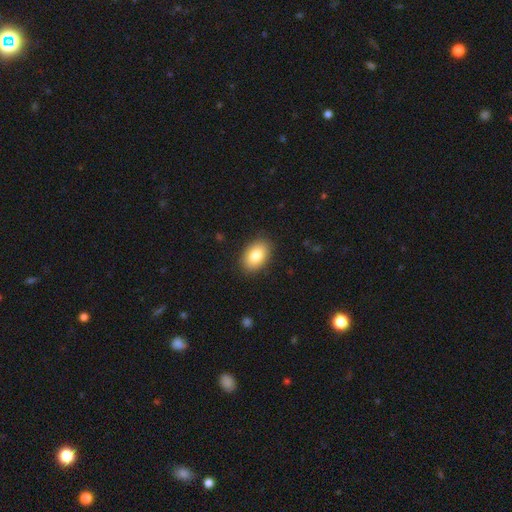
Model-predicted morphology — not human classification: A smooth galaxy with no disk features (83%) that is in between round and cigar-shaped (88%).

Vote fractions:
- Smooth or featured? smooth: 83% / featured or disk: 10% / star or artifact: 8%
- How rounded? in between: 88% / round: 11% / cigar-shaped: 1%
- Merging? none: 87% / minor disturbance: 9% / major disturbance: 2% / merger: 1%